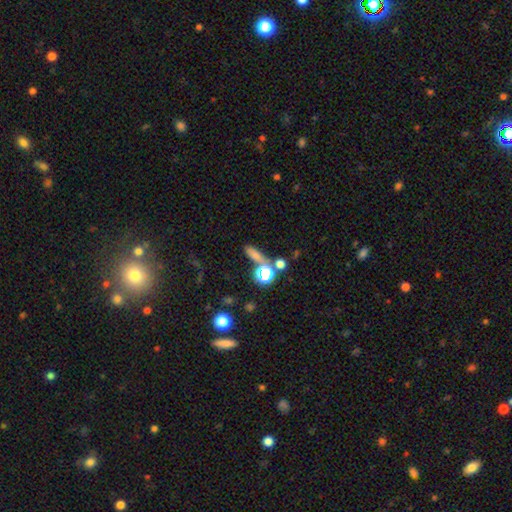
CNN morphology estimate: smooth-or-featured: smooth: 60% | star or artifact: 28% | featured or disk: 12%
  how-rounded: cigar-shaped: 43% | in between: 30% | round: 27%
  merging: none: 62% | merger: 21% | minor disturbance: 11% | major disturbance: 7%